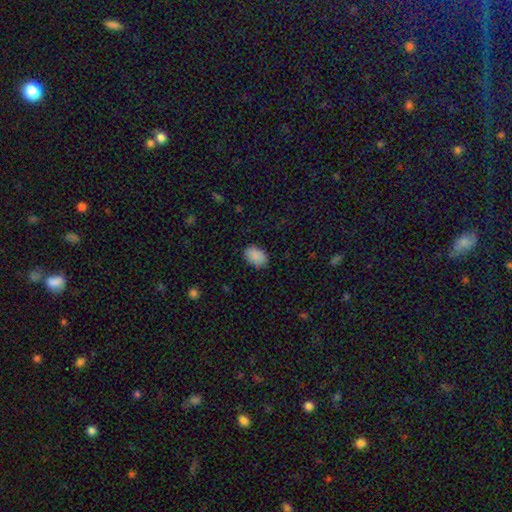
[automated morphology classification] This is clearly a smooth galaxy (88%). How rounded: clearly in between (86%). Merging: clearly none (84%).